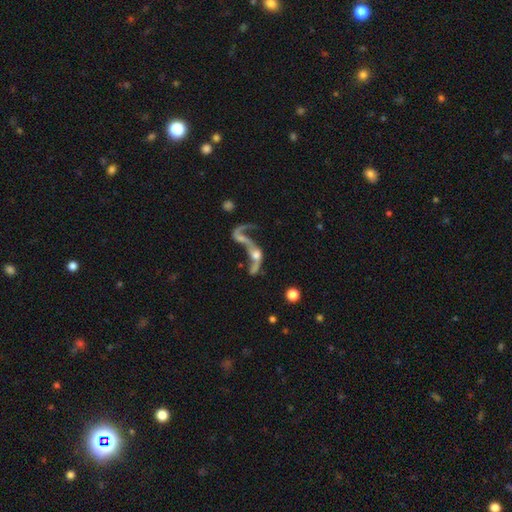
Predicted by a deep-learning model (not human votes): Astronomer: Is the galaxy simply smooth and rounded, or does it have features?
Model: featured or disk — 68%.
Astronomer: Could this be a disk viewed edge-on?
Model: no — 88%.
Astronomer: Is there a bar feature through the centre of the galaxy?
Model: no — 69%.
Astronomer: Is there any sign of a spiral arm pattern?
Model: yes — 58% (runner-up: no, 42%).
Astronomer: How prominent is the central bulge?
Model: moderate — 35% (runner-up: small, 31%).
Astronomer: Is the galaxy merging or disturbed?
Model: merger — 42% (runner-up: major disturbance, 31%).